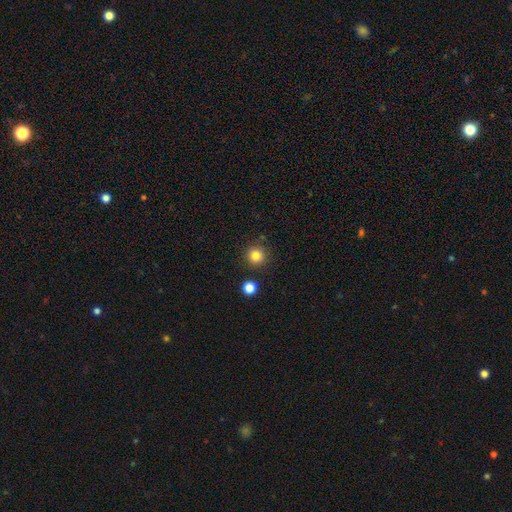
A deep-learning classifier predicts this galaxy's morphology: This appears to be a smooth galaxy with no disk features (83%) that is round (94%). Merging: none (87%).